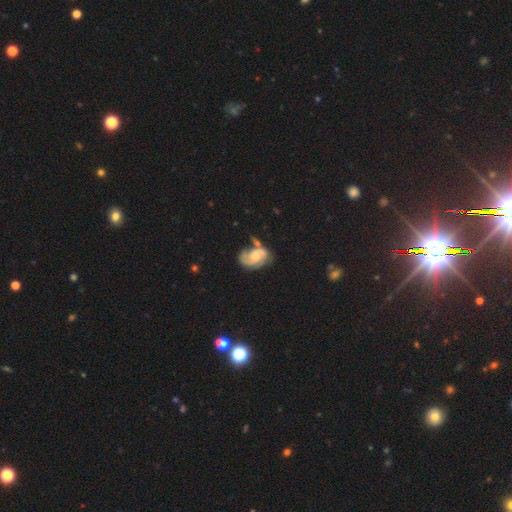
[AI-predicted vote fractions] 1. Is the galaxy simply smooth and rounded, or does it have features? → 78% featured or disk, 16% smooth, 6% star or artifact.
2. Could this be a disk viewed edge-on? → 98% no, 2% yes.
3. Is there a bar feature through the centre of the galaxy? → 60% no, 34% weak, 6% strong.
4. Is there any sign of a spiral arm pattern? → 94% yes, 6% no.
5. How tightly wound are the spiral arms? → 47% medium, 38% tight, 15% loose.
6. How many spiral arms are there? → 79% 2, 9% can't tell, 6% 3, 4% 1, 1% 4, 1% more than 4.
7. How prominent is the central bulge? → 48% moderate, 36% small, 8% none, 6% large, 1% dominant.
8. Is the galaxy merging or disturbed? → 53% none, 23% minor disturbance, 12% merger, 12% major disturbance.